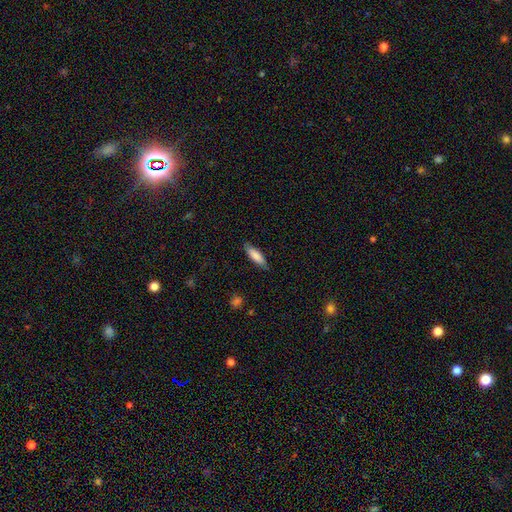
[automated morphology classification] smooth-or-featured: smooth: 82% | featured or disk: 12% | star or artifact: 6%
  how-rounded: cigar-shaped: 56% | in between: 42% | round: 2%
  merging: none: 84% | minor disturbance: 13% | major disturbance: 2% | merger: 1%